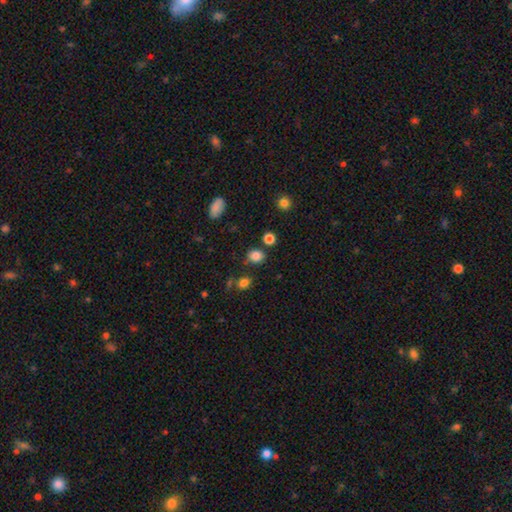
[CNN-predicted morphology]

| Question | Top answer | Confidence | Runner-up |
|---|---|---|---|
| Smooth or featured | smooth | 83% | star or artifact (12%) |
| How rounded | round | 64% | in between (35%) |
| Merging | none | 78% | minor disturbance (12%) |